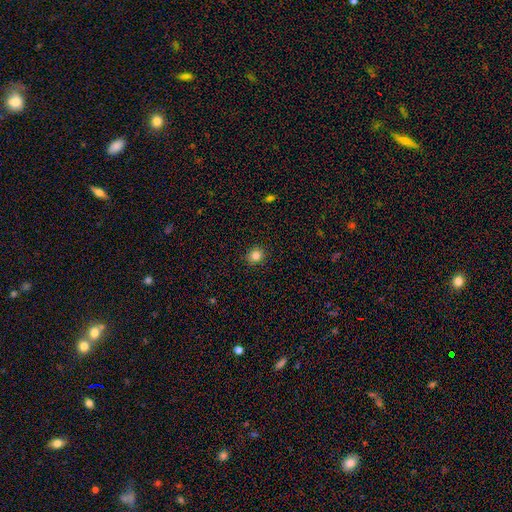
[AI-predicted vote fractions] Q: Smooth or featured?
A: smooth (83%); runner-up: star or artifact (12%)
Q: How rounded?
A: round (83%); runner-up: in between (16%)
Q: Merging?
A: none (91%); runner-up: minor disturbance (7%)